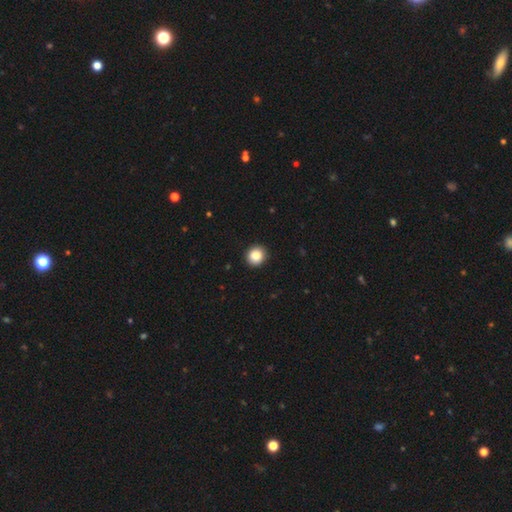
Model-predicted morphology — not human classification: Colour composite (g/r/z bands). It shows a smooth galaxy with no disk features (87%) that is round (87%). Merging: none (92%).